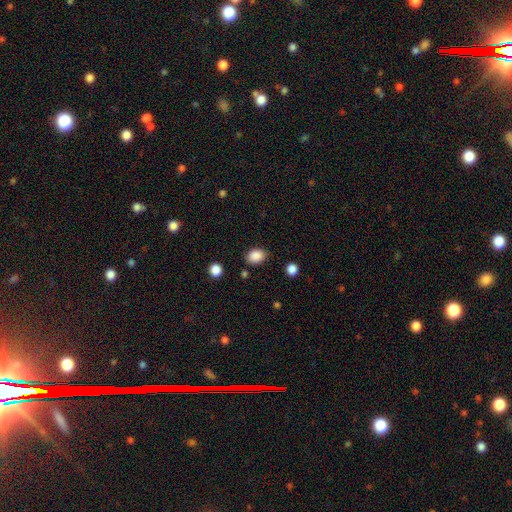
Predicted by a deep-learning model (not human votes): Smooth or featured? smooth (88%)
How rounded? in between (69%)
Merging? none (82%)